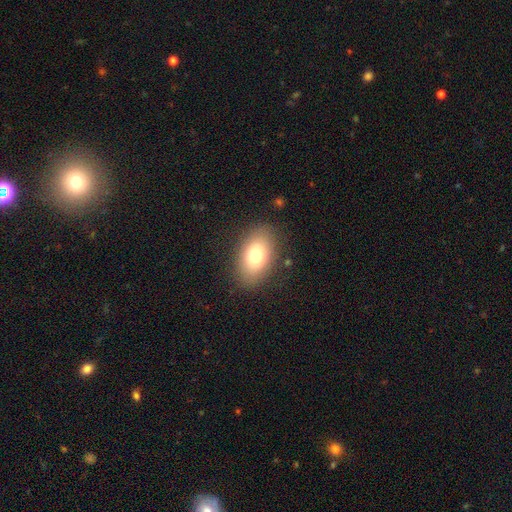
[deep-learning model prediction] Morphology: type=smooth (75%); roundness=in between (89%); merging=none (84%).